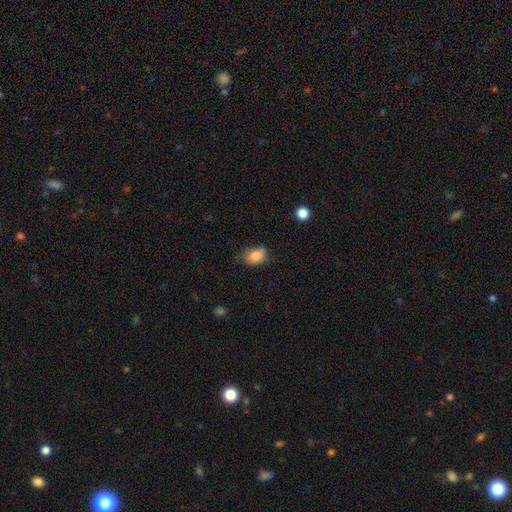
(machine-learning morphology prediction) Smooth or featured? smooth (84%)
How rounded? in between (80%)
Merging? none (63%)